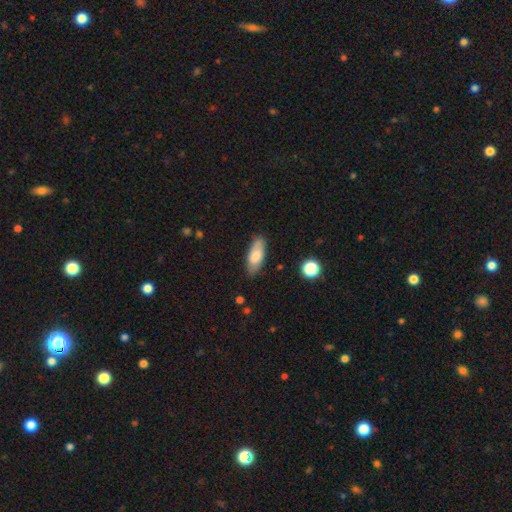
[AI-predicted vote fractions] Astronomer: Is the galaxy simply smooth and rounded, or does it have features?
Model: smooth — 79%.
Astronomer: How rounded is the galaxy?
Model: in between — 77%.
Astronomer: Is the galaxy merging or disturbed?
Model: none — 82%.